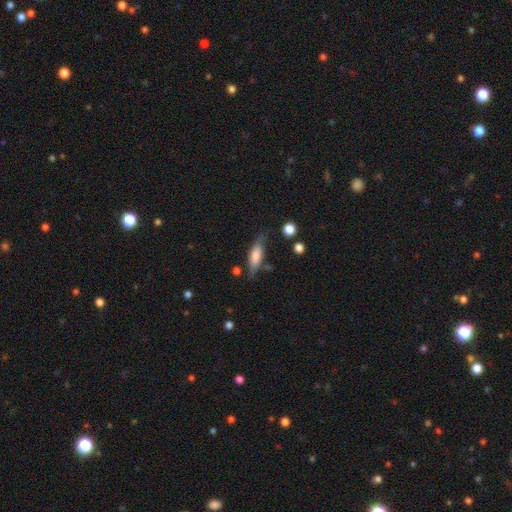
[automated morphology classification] A smooth galaxy with no disk features (62%) that is in between round and cigar-shaped (52%).

Vote fractions:
- Smooth or featured? smooth: 62% / featured or disk: 31% / star or artifact: 7%
- How rounded? in between: 52% / cigar-shaped: 46% / round: 3%
- Merging? none: 67% / minor disturbance: 22% / major disturbance: 6% / merger: 4%